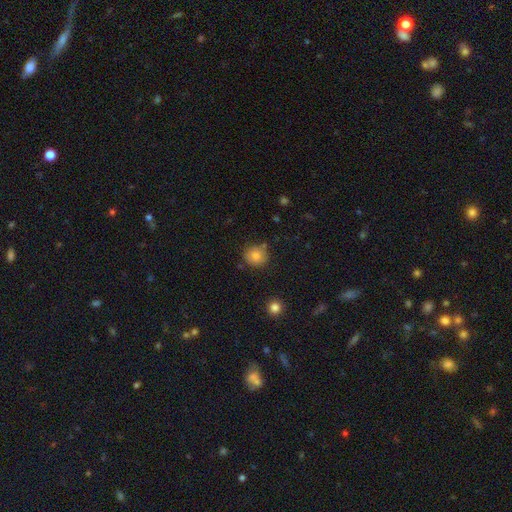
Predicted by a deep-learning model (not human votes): Smooth or featured?
  - smooth: 81% *
  - star or artifact: 11%
  - featured or disk: 8%
How rounded?
  - round: 89% *
  - in between: 10%
  - cigar-shaped: 1%
Merging?
  - none: 79% *
  - minor disturbance: 13%
  - merger: 4%
  - major disturbance: 3%